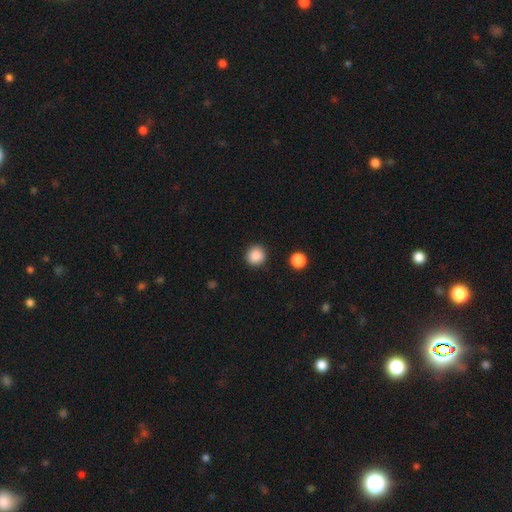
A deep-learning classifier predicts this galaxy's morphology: smooth_or_featured: smooth (p=0.88) [alt: star or artifact p=0.09]
how_rounded: round (p=0.93) [alt: in between p=0.06]
merging: none (p=0.91) [alt: minor disturbance p=0.06]